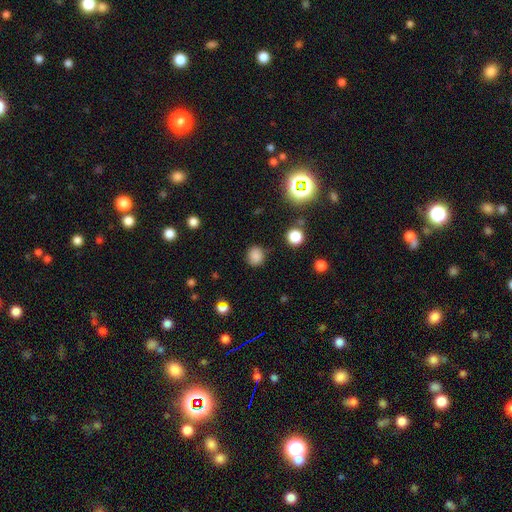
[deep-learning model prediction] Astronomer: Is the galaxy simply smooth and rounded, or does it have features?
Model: smooth — 82%.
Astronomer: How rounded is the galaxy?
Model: round — 84%.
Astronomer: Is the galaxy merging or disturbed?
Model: none — 83%.